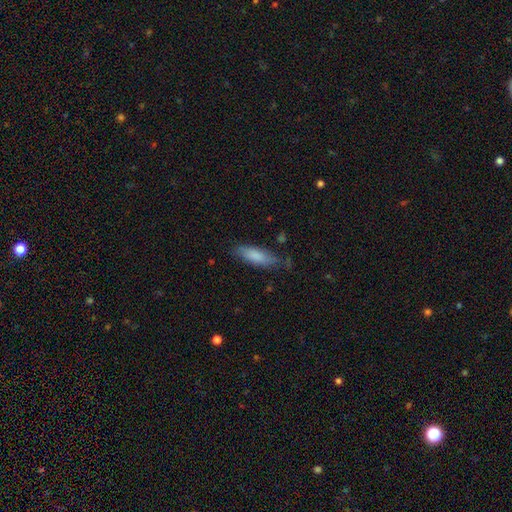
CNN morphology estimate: This appears to be a smooth galaxy with no disk features (81%) that is in between round and cigar-shaped (56%). Merging: none (69%).